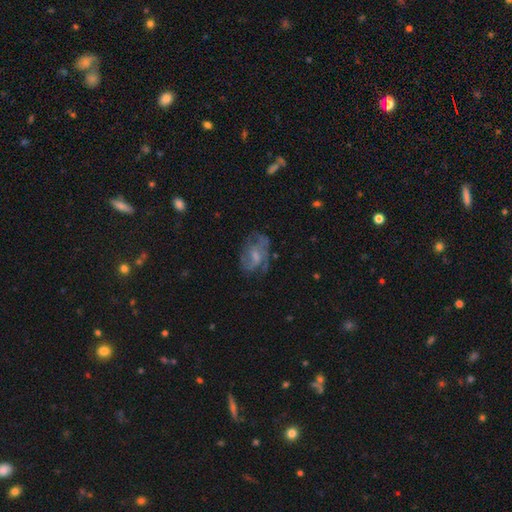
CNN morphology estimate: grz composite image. It shows a featured or disk galaxy (68%) with no bar (51%), 2 (36%) medium (45%) spiral arms (78%) and a small central bulge (46%). Merging: none (55%).